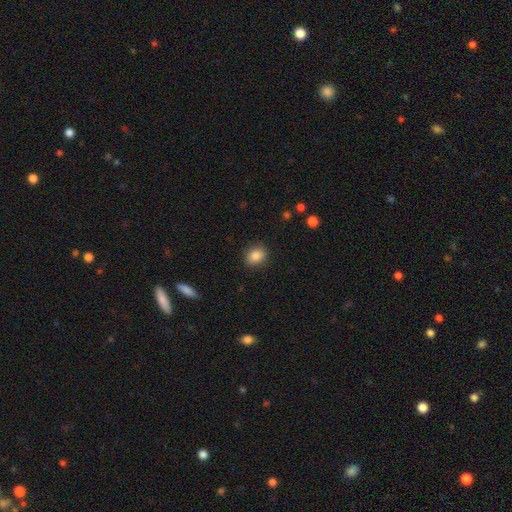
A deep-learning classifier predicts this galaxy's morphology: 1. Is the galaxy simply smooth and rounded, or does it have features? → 86% smooth, 9% star or artifact, 5% featured or disk.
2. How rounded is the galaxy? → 53% round, 46% in between, 1% cigar-shaped.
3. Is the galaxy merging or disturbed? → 87% none, 9% minor disturbance, 3% major disturbance, 1% merger.